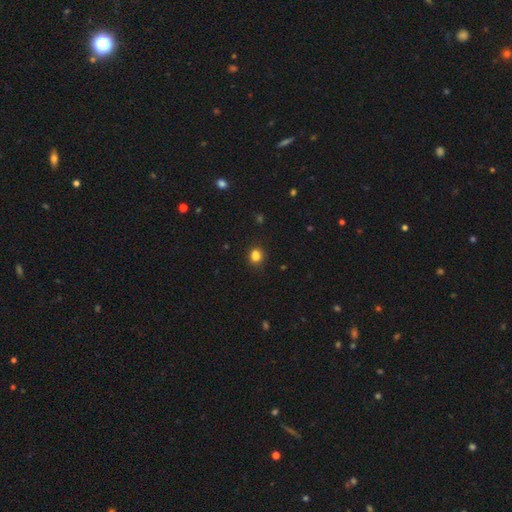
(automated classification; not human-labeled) A smooth galaxy with no disk features (81%) that is round (62%). Merging: none (74%).